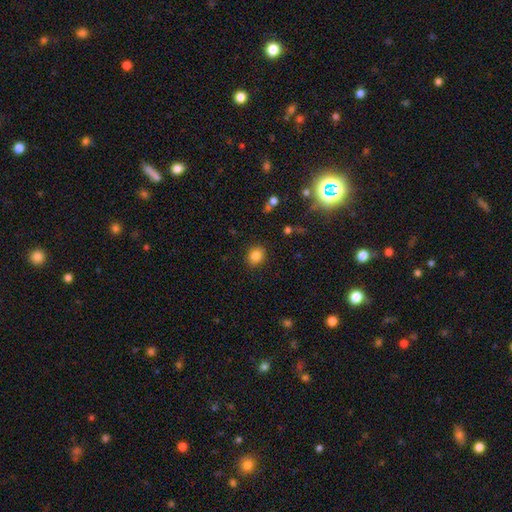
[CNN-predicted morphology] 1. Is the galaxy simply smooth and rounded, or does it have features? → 83% smooth, 11% star or artifact, 6% featured or disk.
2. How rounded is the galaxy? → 60% round, 39% in between, 1% cigar-shaped.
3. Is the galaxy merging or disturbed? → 88% none, 9% minor disturbance, 2% major disturbance, 1% merger.